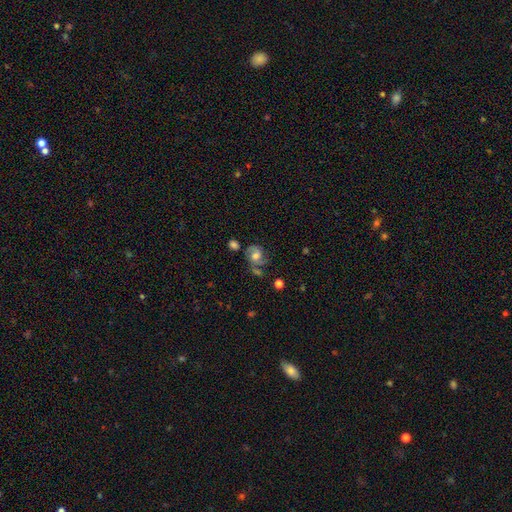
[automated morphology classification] Smooth or featured? featured or disk (74%)
Edge-on disk? no (98%)
Bar? no (59%)
Spiral arms? yes (94%)
Spiral winding? medium (52%)
Spiral arm count? 2 (85%)
Bulge size? moderate (57%)
Merging? none (56%)